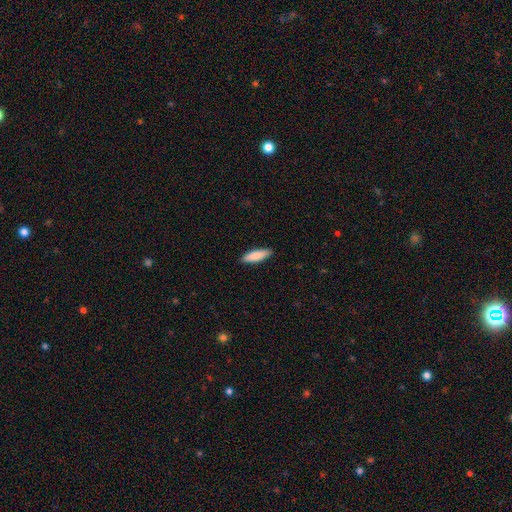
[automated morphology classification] Smooth or featured? smooth (83%)
How rounded? cigar-shaped (57%)
Merging? none (89%)